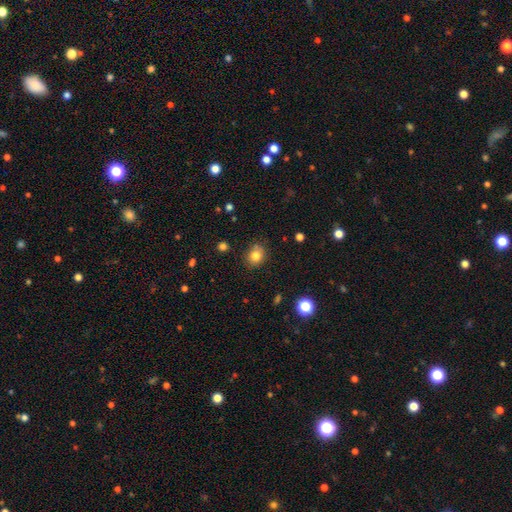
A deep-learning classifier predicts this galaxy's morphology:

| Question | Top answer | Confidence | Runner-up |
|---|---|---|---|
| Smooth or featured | smooth | 81% | star or artifact (12%) |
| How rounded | round | 59% | in between (40%) |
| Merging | none | 80% | minor disturbance (15%) |